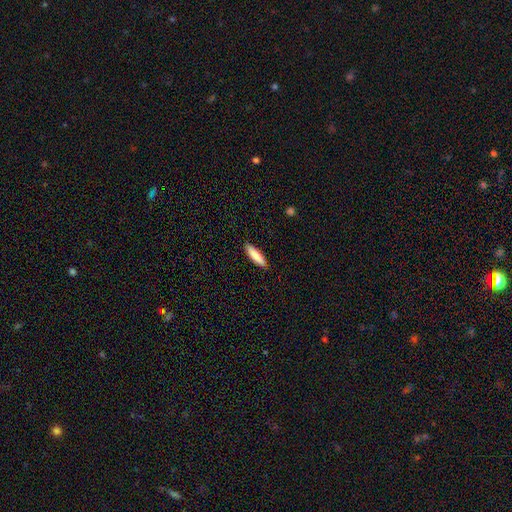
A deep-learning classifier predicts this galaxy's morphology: Smooth or featured: smooth — 86% (featured or disk — 8%)
How rounded: cigar-shaped — 67% (in between — 32%)
Merging: none — 89% (minor disturbance — 8%)